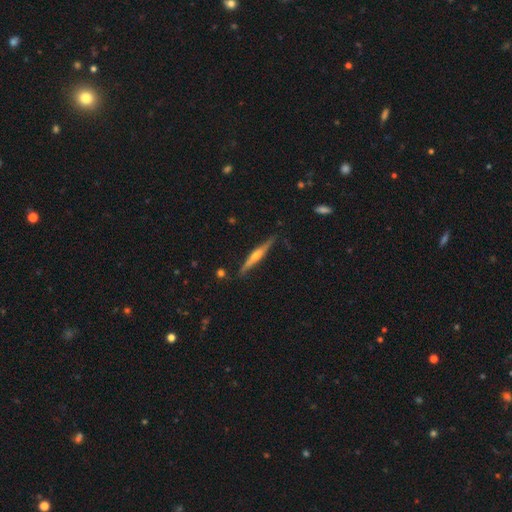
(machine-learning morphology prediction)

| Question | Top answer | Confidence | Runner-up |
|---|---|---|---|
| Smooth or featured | featured or disk | 73% | smooth (22%) |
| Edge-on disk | yes | 98% | no (2%) |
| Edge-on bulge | rounded | 80% | none (10%) |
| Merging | none | 86% | minor disturbance (11%) |